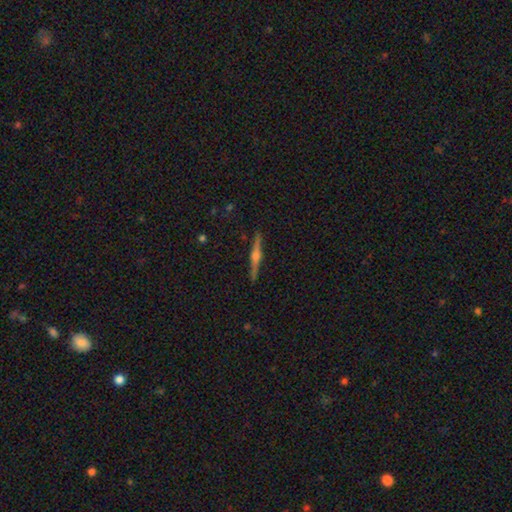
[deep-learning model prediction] smooth_or_featured: featured or disk (p=0.83) [alt: smooth p=0.12]
disk_edge_on: yes (p=0.98) [alt: no p=0.02]
edge_on_bulge: rounded (p=0.89) [alt: boxy p=0.07]
merging: none (p=0.92) [alt: minor disturbance p=0.05]